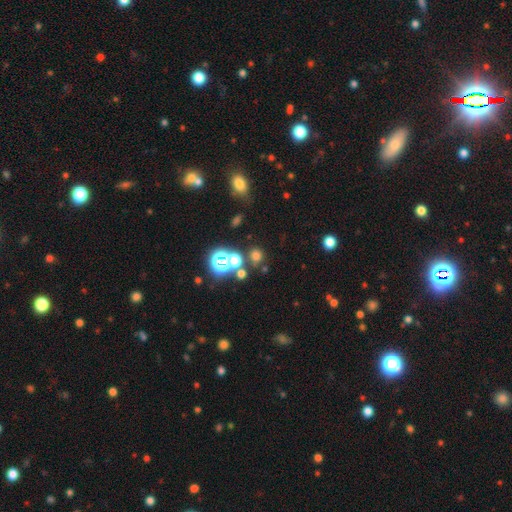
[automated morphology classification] Smooth or featured? Predicted: smooth (p=0.62). How rounded? Predicted: round (p=0.83). Merging? Predicted: none (p=0.74).